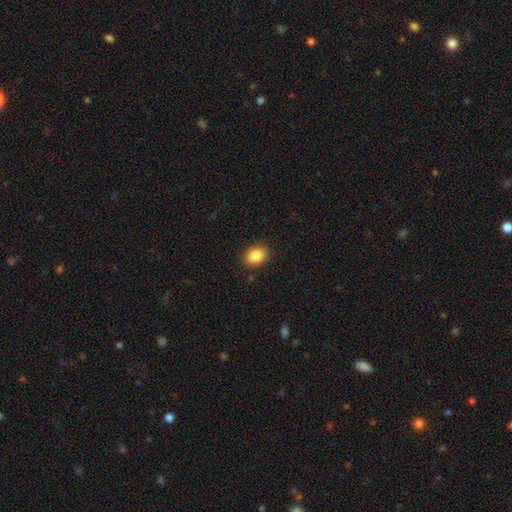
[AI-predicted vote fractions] Q: Smooth or featured?
A: smooth (87%); runner-up: star or artifact (8%)
Q: How rounded?
A: in between (63%); runner-up: round (36%)
Q: Merging?
A: none (88%); runner-up: minor disturbance (9%)